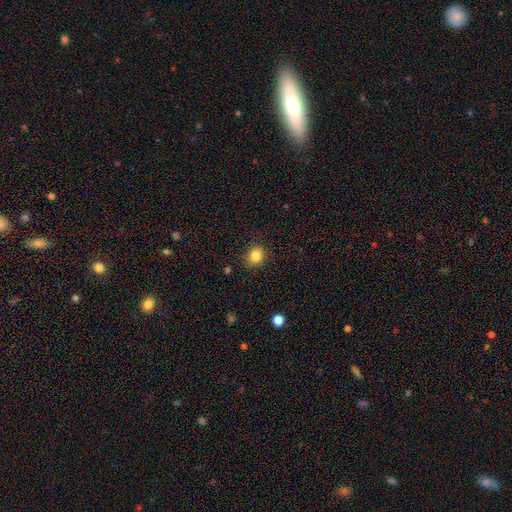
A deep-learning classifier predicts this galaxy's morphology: This appears to be a smooth galaxy with no disk features (83%) that is round (75%). Merging: none (86%).